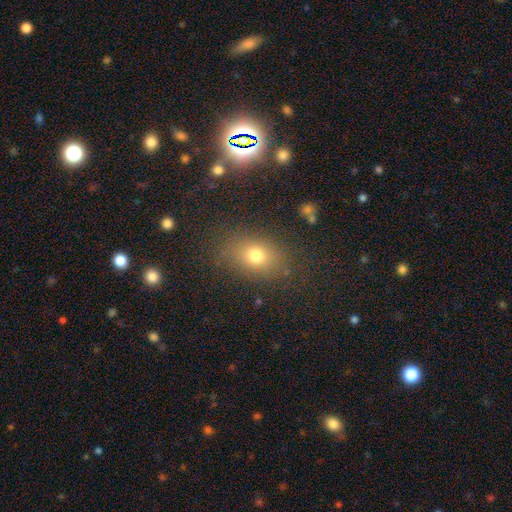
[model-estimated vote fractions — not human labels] This is likely a smooth galaxy (73%). How rounded: likely in between (68%). Merging: clearly none (82%).